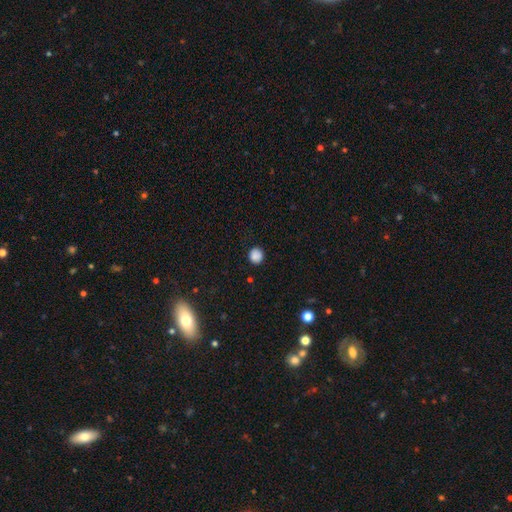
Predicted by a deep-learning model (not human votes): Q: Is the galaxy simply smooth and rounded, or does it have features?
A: smooth — 86%.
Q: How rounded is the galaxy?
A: round — 89%.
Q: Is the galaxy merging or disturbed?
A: none — 88%.